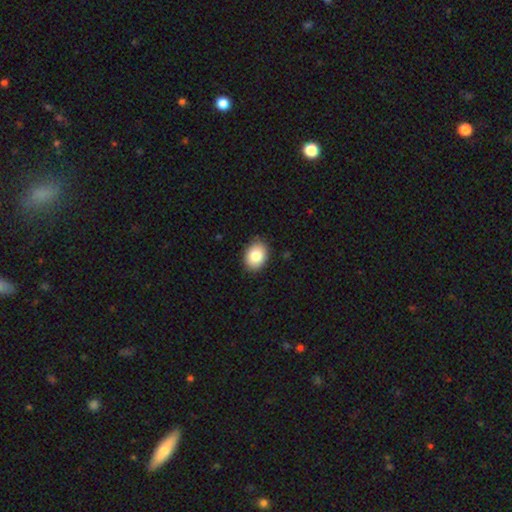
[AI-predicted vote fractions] Smooth or featured: smooth — 84% (featured or disk — 8%)
How rounded: in between — 69% (round — 30%)
Merging: none — 87% (minor disturbance — 10%)